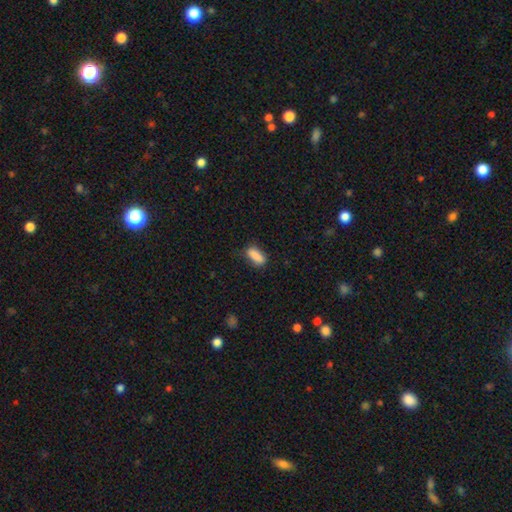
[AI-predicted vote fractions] Overall: smooth (87%). How rounded: in between (73%). Merging: none (73%).